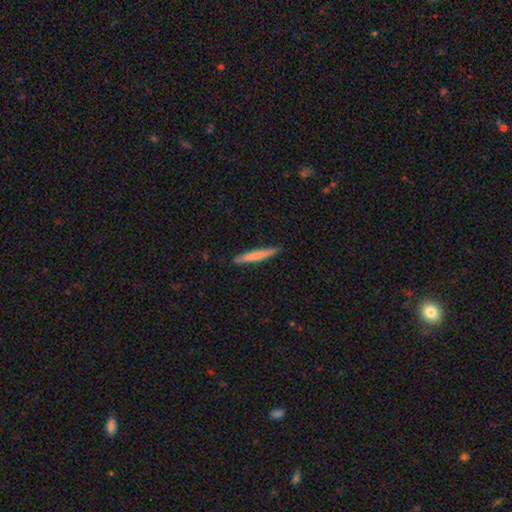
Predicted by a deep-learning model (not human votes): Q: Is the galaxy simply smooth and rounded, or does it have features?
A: smooth — 72%.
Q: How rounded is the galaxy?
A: cigar-shaped — 95%.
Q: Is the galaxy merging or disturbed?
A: none — 90%.